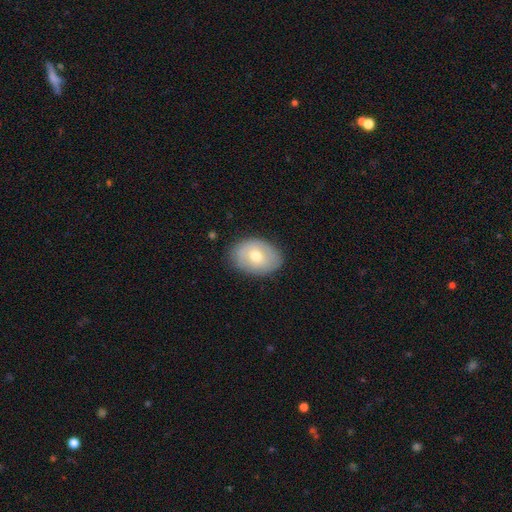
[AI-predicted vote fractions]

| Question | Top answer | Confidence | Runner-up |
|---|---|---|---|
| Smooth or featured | smooth | 60% | featured or disk (33%) |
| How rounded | in between | 72% | round (27%) |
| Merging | none | 83% | minor disturbance (13%) |